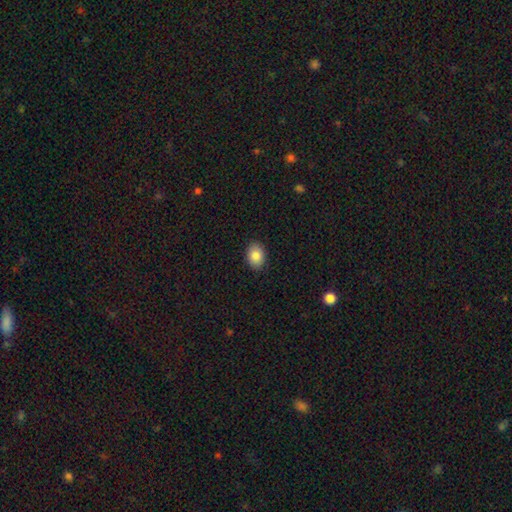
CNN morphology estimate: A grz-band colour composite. It shows a smooth galaxy with no disk features (86%) that is in between round and cigar-shaped (77%). Merging: none (89%).